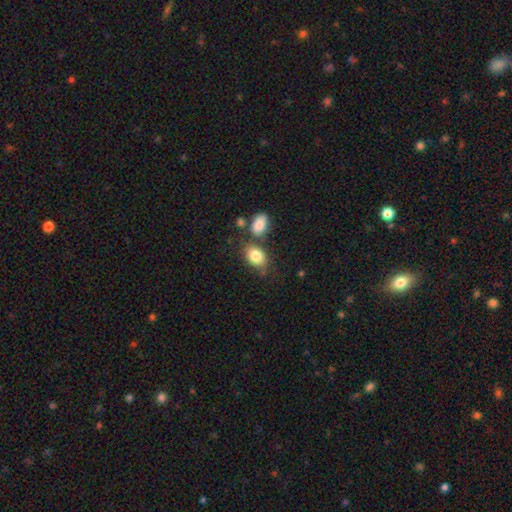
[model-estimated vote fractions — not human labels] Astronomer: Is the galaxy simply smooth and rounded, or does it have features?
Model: smooth — 83%.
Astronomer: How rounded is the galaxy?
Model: in between — 80%.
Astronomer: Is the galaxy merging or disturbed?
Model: none — 57%.